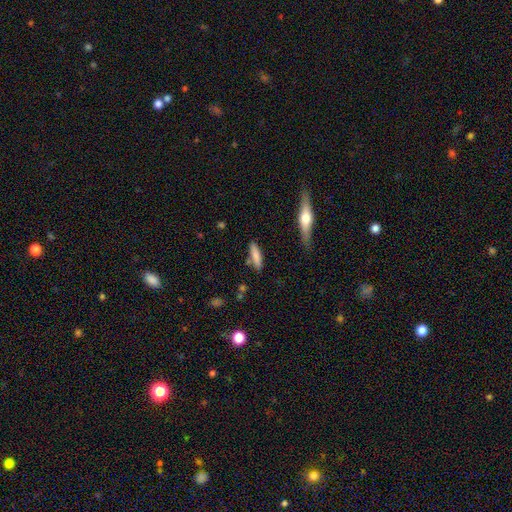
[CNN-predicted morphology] Overall: smooth (79%). How rounded: cigar-shaped (67%; in between 31%). Merging: none (75%).